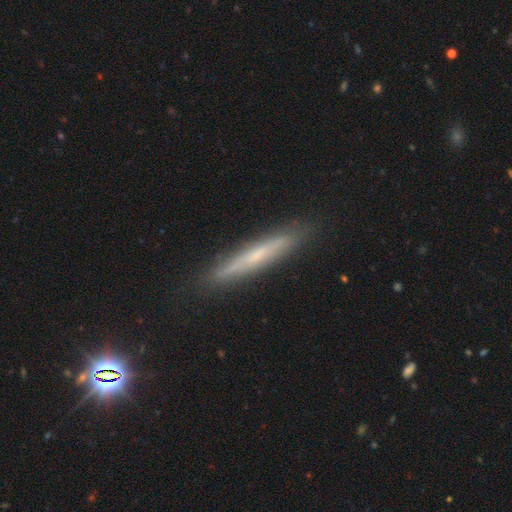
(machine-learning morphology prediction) Smooth or featured?
  - featured or disk: 51% *
  - smooth: 41%
  - star or artifact: 8%
Edge-on disk?
  - yes: 91% *
  - no: 9%
Merging?
  - none: 88% *
  - minor disturbance: 9%
  - major disturbance: 2%
  - merger: 1%